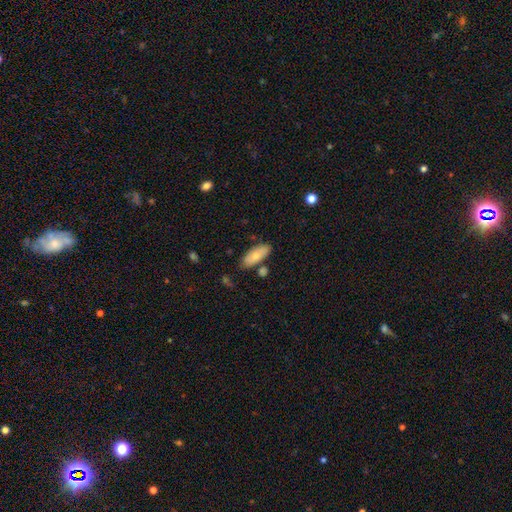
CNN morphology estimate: smooth-or-featured: smooth: 77% | featured or disk: 17% | star or artifact: 6%
  how-rounded: in between: 82% | cigar-shaped: 16% | round: 2%
  merging: none: 76% | minor disturbance: 15% | merger: 6% | major disturbance: 3%